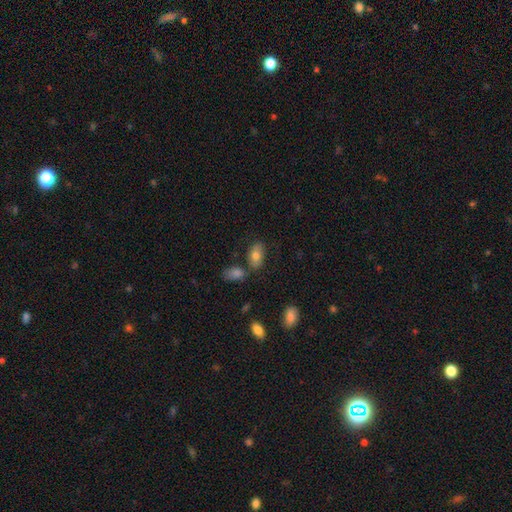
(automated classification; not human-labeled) This is likely a smooth galaxy (78%). How rounded: clearly in between (91%). Merging: likely none (70%).